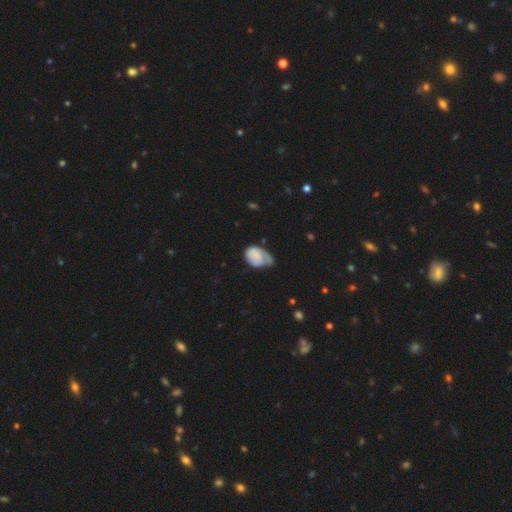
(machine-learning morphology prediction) type=smooth (64%); roundness=in between (78%); merging=minor disturbance (43%).